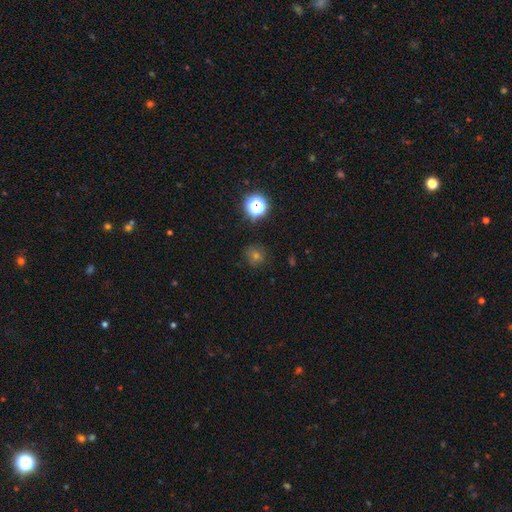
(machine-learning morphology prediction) Smooth or featured: smooth — 53% (star or artifact — 35%)
How rounded: round — 90% (in between — 9%)
Merging: none — 84% (minor disturbance — 11%)